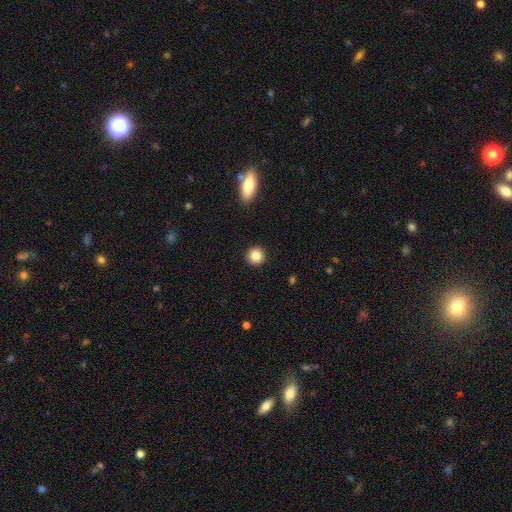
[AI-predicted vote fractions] Morphology: type=smooth (85%); roundness=round (94%); merging=none (93%).